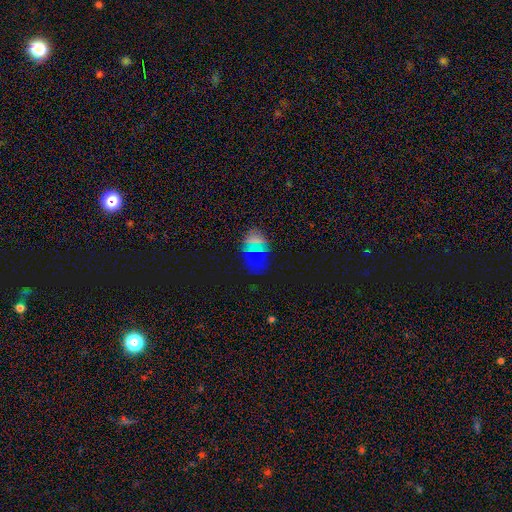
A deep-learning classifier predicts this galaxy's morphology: Smooth or featured? Predicted: smooth (p=0.51). How rounded? Predicted: in between (p=0.52). Merging? Predicted: none (p=0.75).